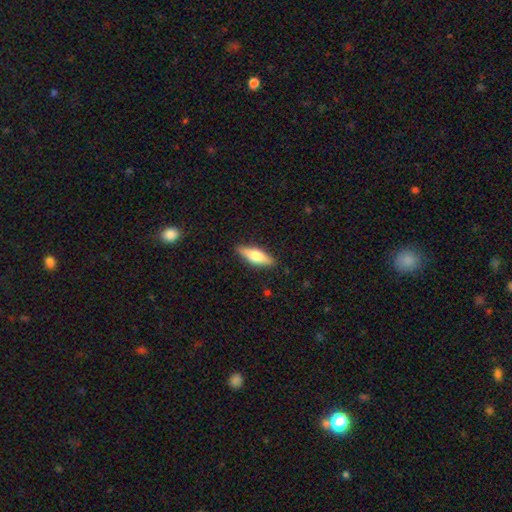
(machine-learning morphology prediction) This appears to be a smooth galaxy with no disk features (56%) that is cigar-shaped (49%). Merging: none (88%).